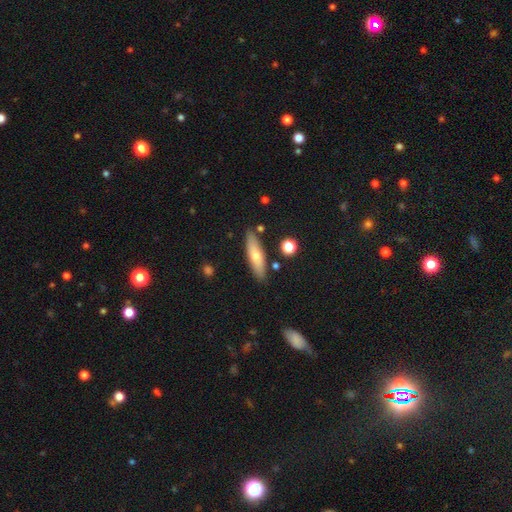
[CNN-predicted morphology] Smooth or featured?
  - smooth: 61% *
  - featured or disk: 32%
  - star or artifact: 6%
How rounded?
  - cigar-shaped: 60% *
  - in between: 38%
  - round: 2%
Merging?
  - none: 84% *
  - minor disturbance: 10%
  - merger: 3%
  - major disturbance: 2%